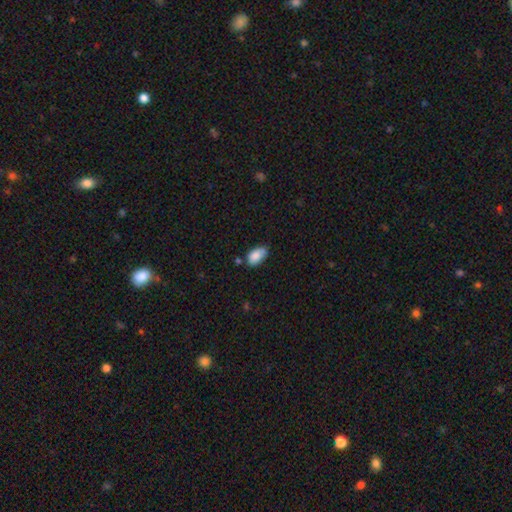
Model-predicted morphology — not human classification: Q: Smooth or featured?
A: smooth (87%); runner-up: star or artifact (7%)
Q: How rounded?
A: in between (93%); runner-up: round (5%)
Q: Merging?
A: none (64%); runner-up: minor disturbance (27%)